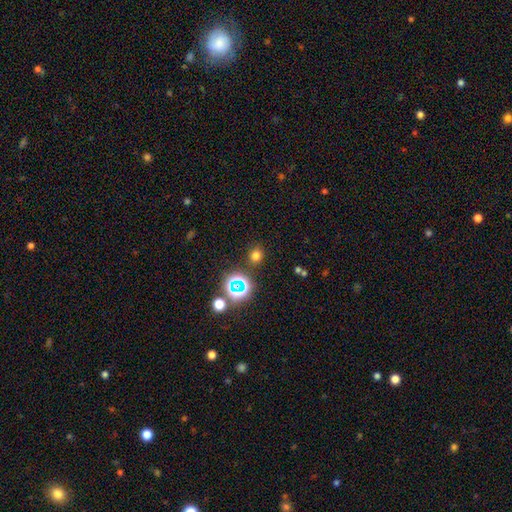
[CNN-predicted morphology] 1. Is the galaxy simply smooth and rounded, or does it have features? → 69% smooth, 24% star or artifact, 6% featured or disk.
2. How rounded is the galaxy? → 83% round, 16% in between, 1% cigar-shaped.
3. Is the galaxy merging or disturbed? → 86% none, 8% minor disturbance, 3% major disturbance, 3% merger.